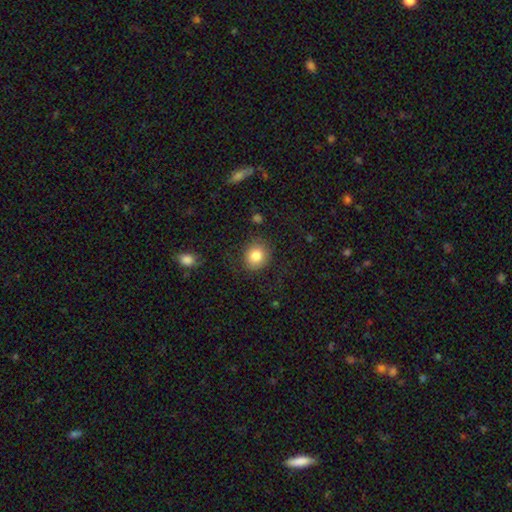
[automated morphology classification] Overall: smooth (83%). How rounded: round (78%). Merging: none (82%).